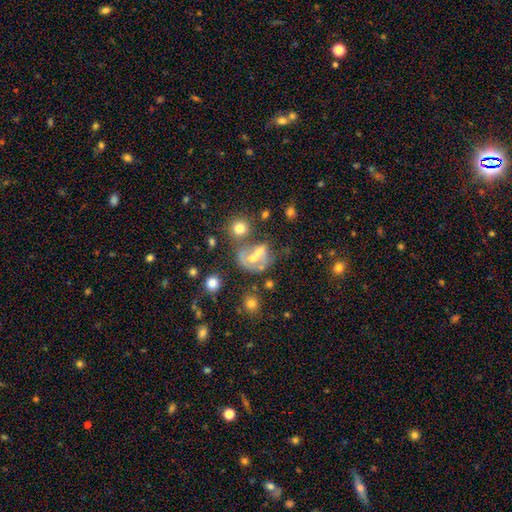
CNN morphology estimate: The model was most divided on "smooth or featured": featured or disk: 44%, smooth: 40%, star or artifact: 16%. Remaining: merging — merger (39%).